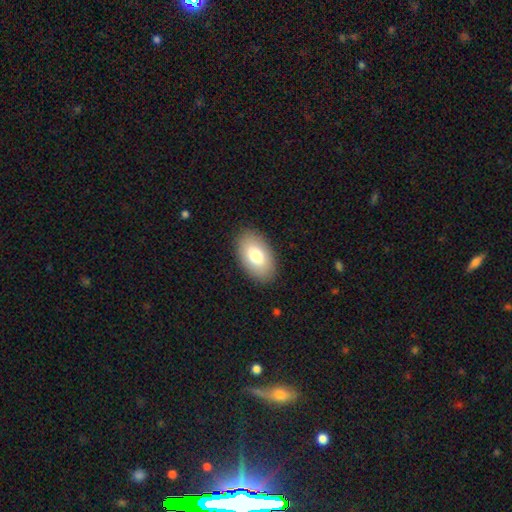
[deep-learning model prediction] A smooth galaxy with no disk features (77%) that is in between round and cigar-shaped (94%). Merging: none (88%).